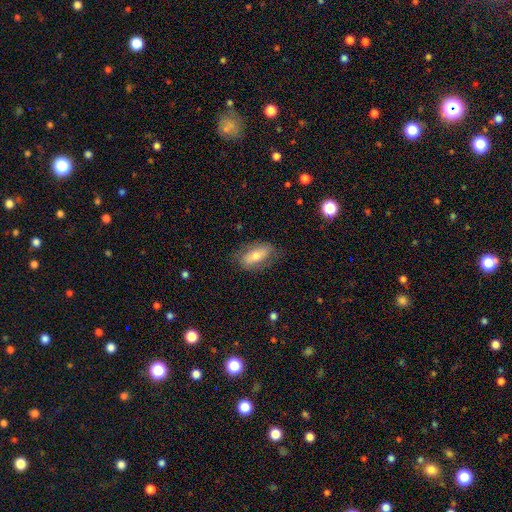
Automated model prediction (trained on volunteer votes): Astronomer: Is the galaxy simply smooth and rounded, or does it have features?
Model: smooth — 57% (runner-up: featured or disk, 35%).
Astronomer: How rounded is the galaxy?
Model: in between — 86%.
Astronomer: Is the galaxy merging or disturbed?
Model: none — 72%.